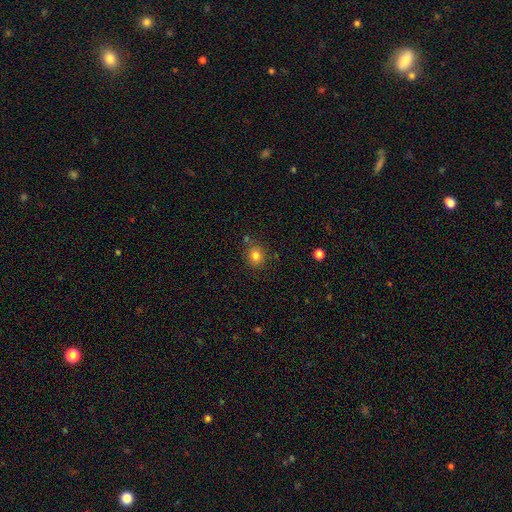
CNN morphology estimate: Overall: smooth (80%). How rounded: round (80%). Merging: none (80%).